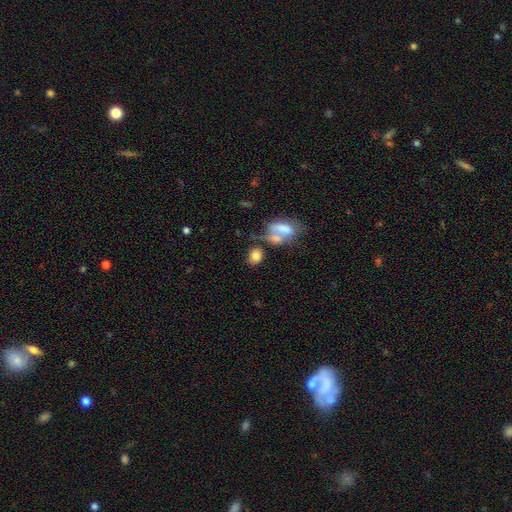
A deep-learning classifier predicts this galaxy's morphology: Q: Smooth or featured?
A: smooth (79%); runner-up: featured or disk (11%)
Q: How rounded?
A: in between (51%); runner-up: round (47%)
Q: Merging?
A: none (49%); runner-up: merger (32%)